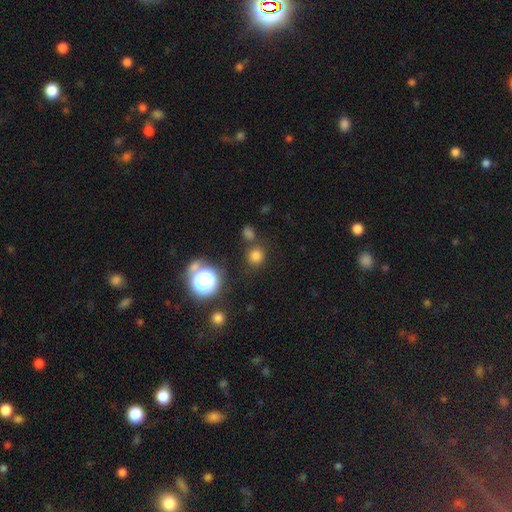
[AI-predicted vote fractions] Q: Smooth or featured?
A: smooth (74%); runner-up: star or artifact (21%)
Q: How rounded?
A: round (91%); runner-up: in between (8%)
Q: Merging?
A: none (78%); runner-up: merger (10%)